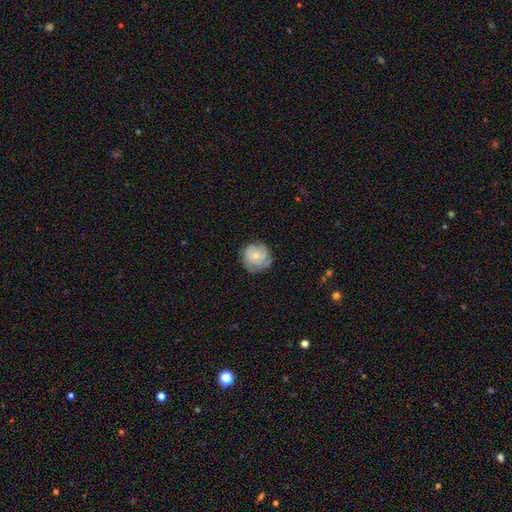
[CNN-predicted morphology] Smooth or featured: smooth — 54% (featured or disk — 38%)
How rounded: round — 87% (in between — 12%)
Merging: none — 68% (minor disturbance — 23%)